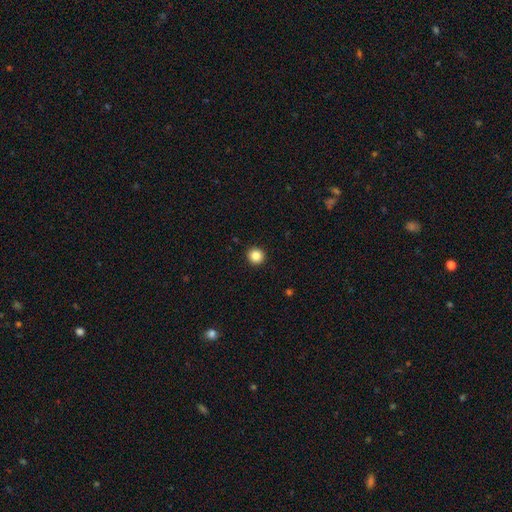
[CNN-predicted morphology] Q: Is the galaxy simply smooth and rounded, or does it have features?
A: smooth — 86%.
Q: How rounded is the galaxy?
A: round — 94%.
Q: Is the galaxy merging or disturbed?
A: none — 93%.